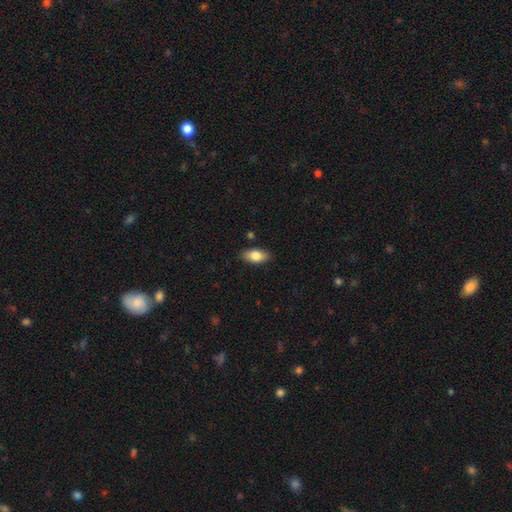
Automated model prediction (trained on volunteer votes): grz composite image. It shows a smooth galaxy with no disk features (80%) that is in between round and cigar-shaped (90%). Merging: none (86%).